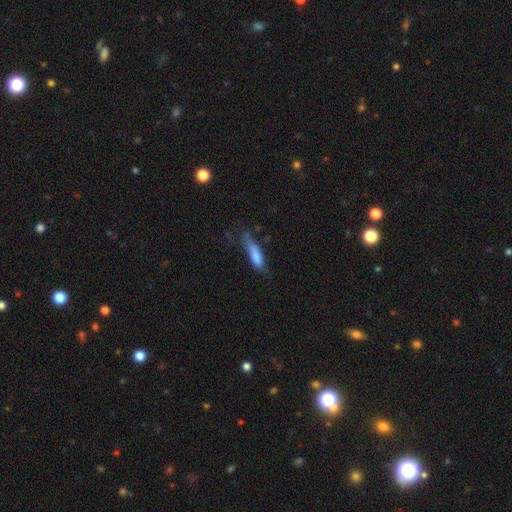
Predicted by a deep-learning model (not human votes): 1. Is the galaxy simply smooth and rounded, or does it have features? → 77% smooth, 16% featured or disk, 7% star or artifact.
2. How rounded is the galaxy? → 61% cigar-shaped, 37% in between, 2% round.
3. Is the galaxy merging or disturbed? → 44% none, 36% minor disturbance, 16% major disturbance, 4% merger.